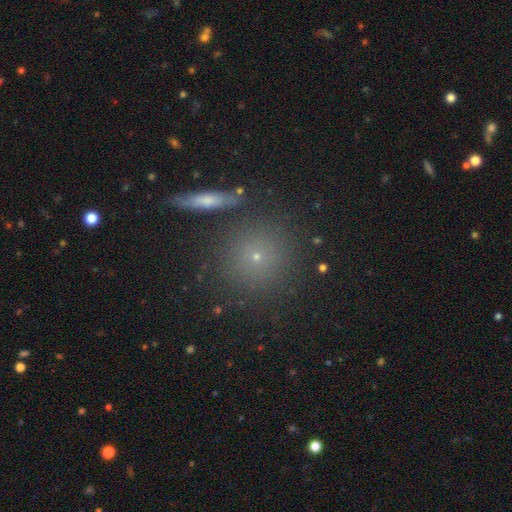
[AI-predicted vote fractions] smooth 42%, star or artifact 41%, featured or disk 17%. Down the decision tree: merging — none (83%).